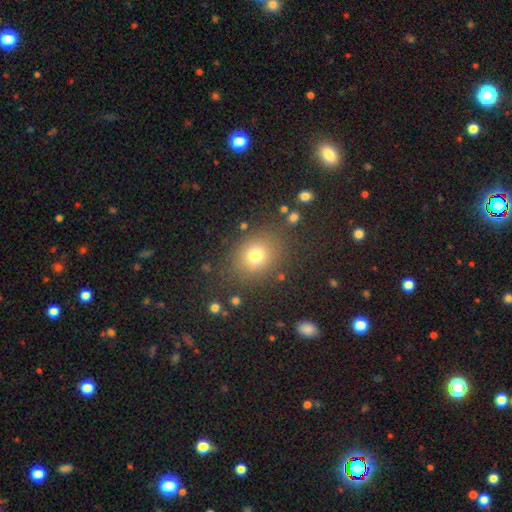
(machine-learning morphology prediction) Smooth or featured: smooth — 74% (star or artifact — 16%)
How rounded: round — 59% (in between — 40%)
Merging: none — 81% (minor disturbance — 11%)